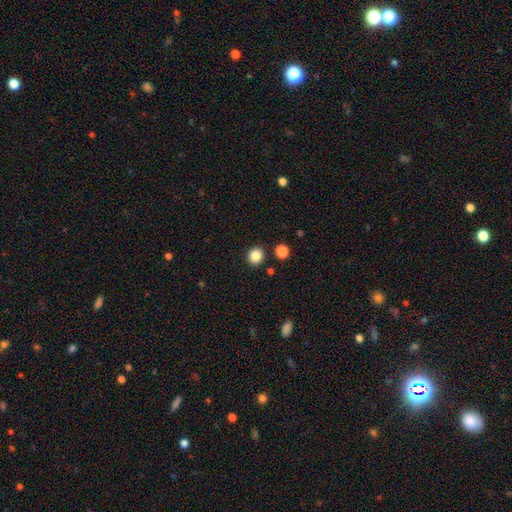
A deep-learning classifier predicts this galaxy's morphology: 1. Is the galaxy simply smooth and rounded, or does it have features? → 85% smooth, 11% star or artifact, 4% featured or disk.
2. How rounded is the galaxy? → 88% round, 11% in between, 1% cigar-shaped.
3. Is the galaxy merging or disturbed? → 90% none, 5% minor disturbance, 3% merger, 2% major disturbance.